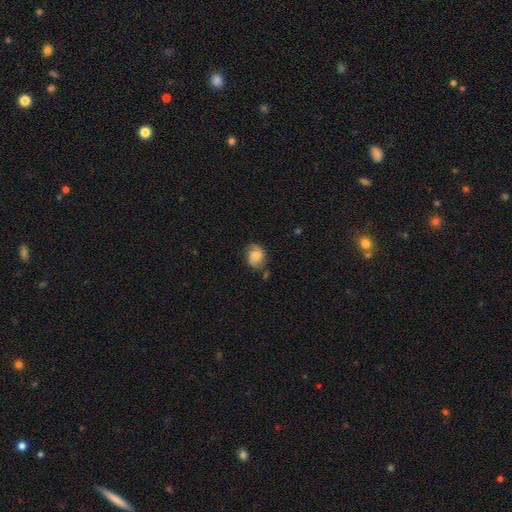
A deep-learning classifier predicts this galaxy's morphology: smooth_or_featured: smooth (p=0.62) [alt: featured or disk p=0.30]
how_rounded: round (p=0.54) [alt: in between p=0.45]
merging: none (p=0.63) [alt: minor disturbance p=0.25]